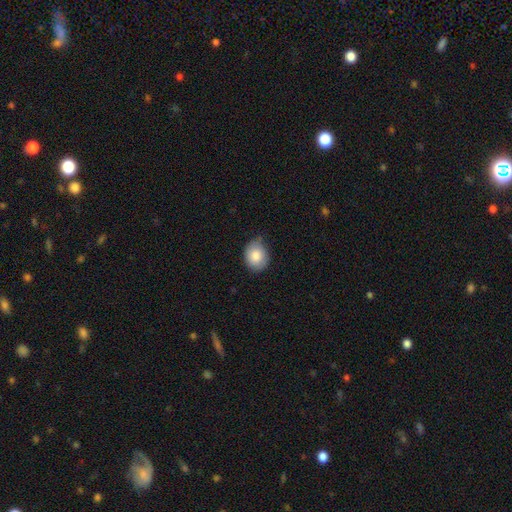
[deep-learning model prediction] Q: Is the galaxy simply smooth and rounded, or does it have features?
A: smooth — 84%.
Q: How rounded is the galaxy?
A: in between — 52%.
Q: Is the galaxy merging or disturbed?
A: none — 66%.